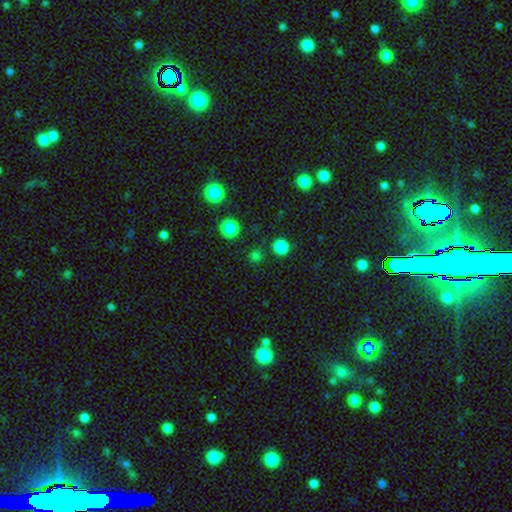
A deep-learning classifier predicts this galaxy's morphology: This appears to be a smooth galaxy with no disk features (75%) that is round (93%). Merging: none (87%).